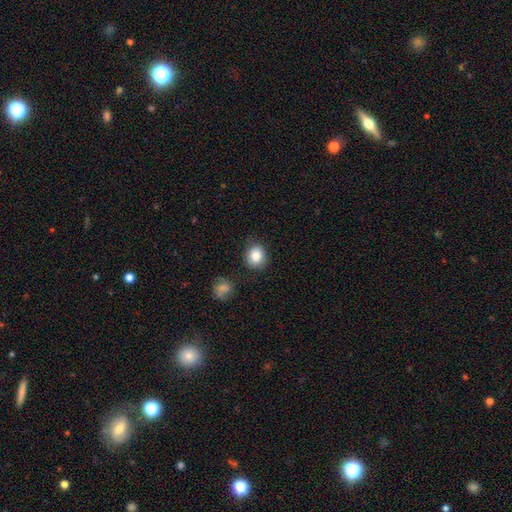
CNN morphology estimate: smooth_or_featured: smooth (p=0.85) [alt: star or artifact p=0.09]
how_rounded: round (p=0.72) [alt: in between p=0.27]
merging: none (p=0.81) [alt: minor disturbance p=0.13]